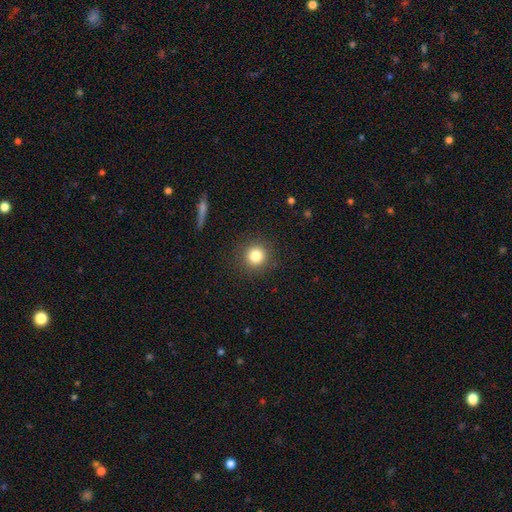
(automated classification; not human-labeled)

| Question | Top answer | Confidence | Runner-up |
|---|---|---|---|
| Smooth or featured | smooth | 82% | star or artifact (11%) |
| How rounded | round | 94% | in between (5%) |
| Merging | none | 90% | minor disturbance (6%) |